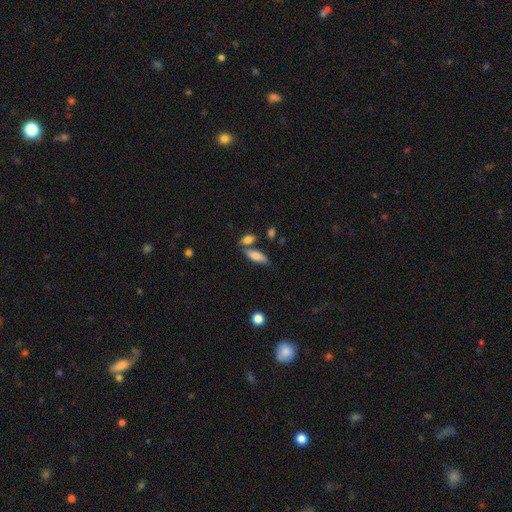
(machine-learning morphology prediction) Smooth or featured? smooth (79%)
How rounded? in between (69%)
Merging? none (61%)